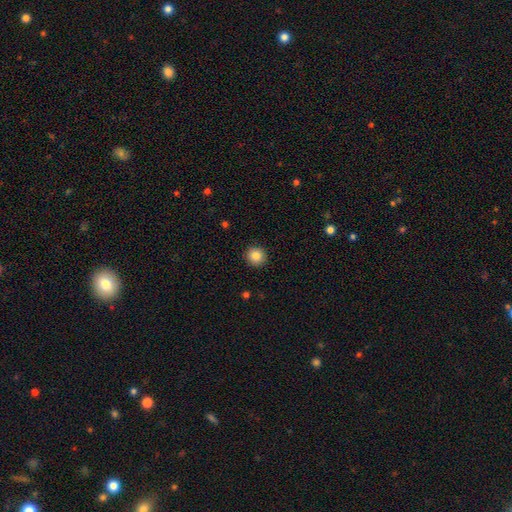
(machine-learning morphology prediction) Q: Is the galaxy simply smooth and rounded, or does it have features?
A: smooth — 84%.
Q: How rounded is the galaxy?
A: round — 93%.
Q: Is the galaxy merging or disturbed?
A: none — 92%.